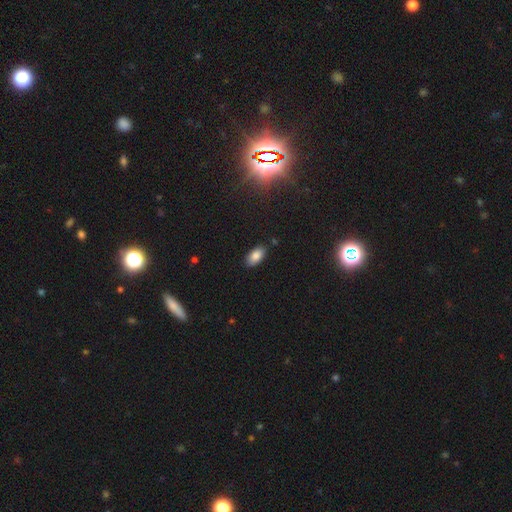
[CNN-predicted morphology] type=smooth (85%); roundness=in between (93%); merging=none (86%).